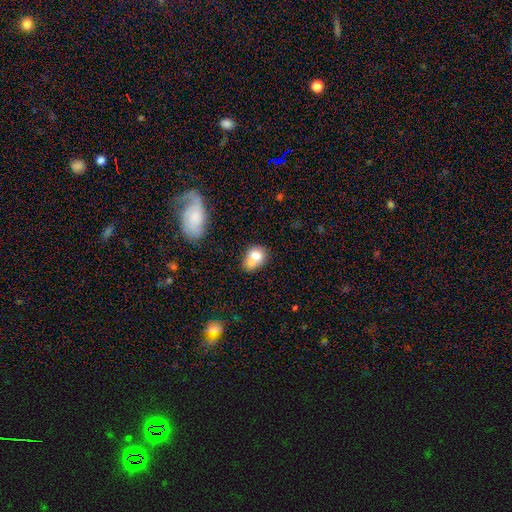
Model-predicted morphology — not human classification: A smooth galaxy with no disk features (72%) that is round (53%). Merging: merger (51%).